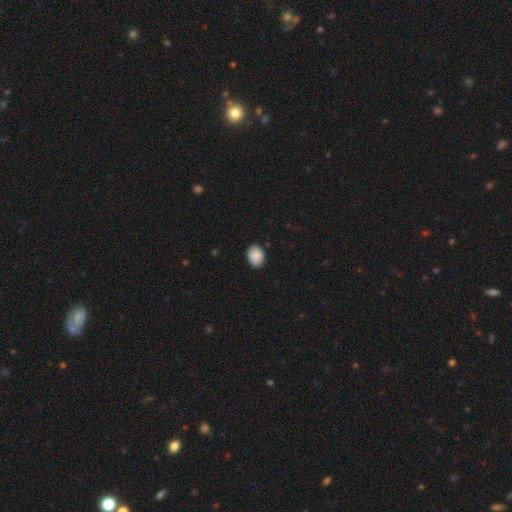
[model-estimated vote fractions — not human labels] Smooth or featured? Predicted: smooth (p=0.88). How rounded? Predicted: in between (p=0.70). Merging? Predicted: none (p=0.85).